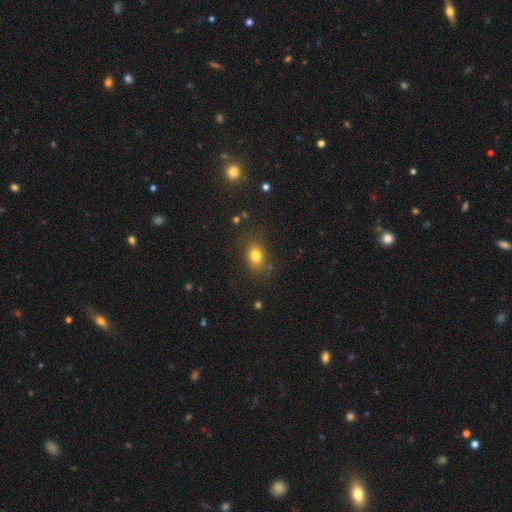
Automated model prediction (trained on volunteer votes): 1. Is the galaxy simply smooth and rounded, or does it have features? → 78% smooth, 13% star or artifact, 9% featured or disk.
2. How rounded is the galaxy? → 62% in between, 37% round, 1% cigar-shaped.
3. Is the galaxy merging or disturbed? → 78% none, 14% minor disturbance, 5% major disturbance, 3% merger.